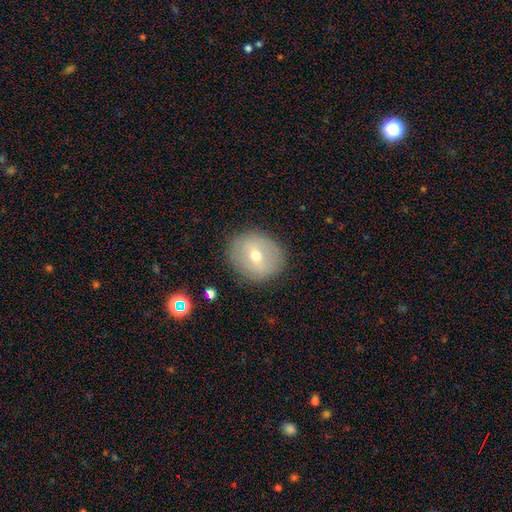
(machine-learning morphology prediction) type=smooth (57%); roundness=round (82%); merging=none (86%).